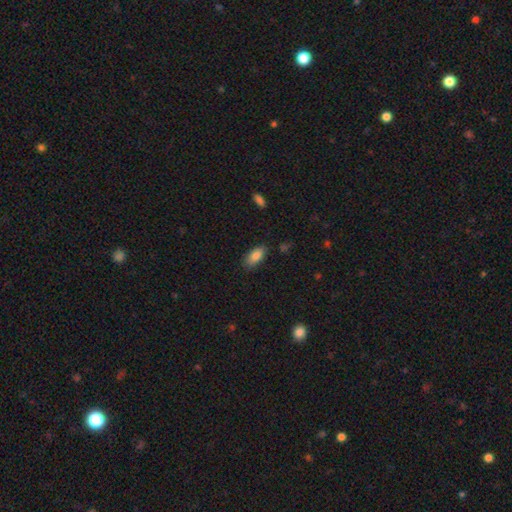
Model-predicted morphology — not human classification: Smooth or featured: smooth — 84% (featured or disk — 8%)
How rounded: in between — 88% (cigar-shaped — 9%)
Merging: none — 80% (minor disturbance — 15%)